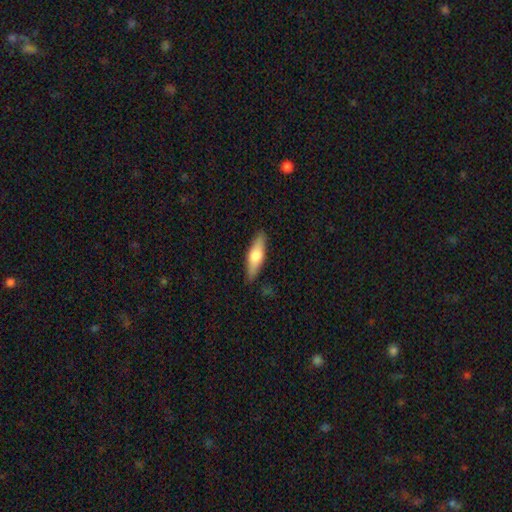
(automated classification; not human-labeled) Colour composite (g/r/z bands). It shows a smooth galaxy with no disk features (58%) that is cigar-shaped (57%). Merging: none (87%).